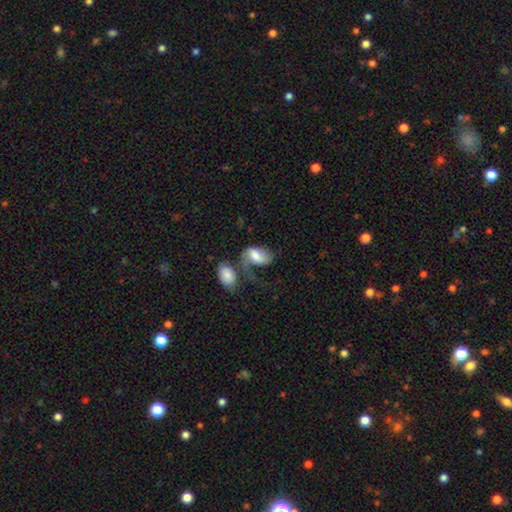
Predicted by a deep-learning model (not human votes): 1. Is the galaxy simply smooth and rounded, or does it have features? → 56% smooth, 37% featured or disk, 7% star or artifact.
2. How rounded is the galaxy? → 90% in between, 8% round, 2% cigar-shaped.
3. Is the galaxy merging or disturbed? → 34% merger, 32% major disturbance, 19% none, 14% minor disturbance.